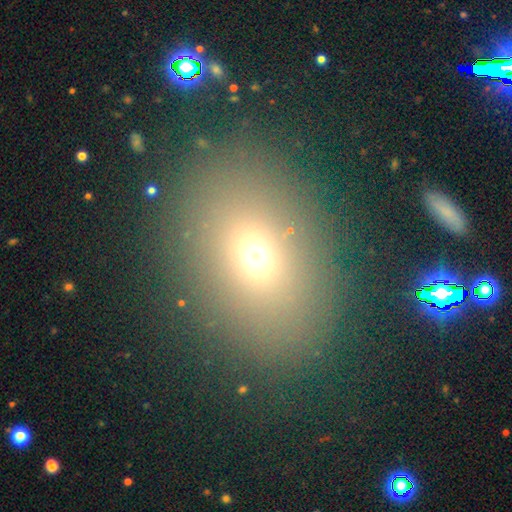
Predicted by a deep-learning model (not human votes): A smooth galaxy with no disk features (67%) that is in between round and cigar-shaped (65%).

Vote fractions:
- Smooth or featured? smooth: 67% / star or artifact: 20% / featured or disk: 13%
- How rounded? in between: 65% / round: 34% / cigar-shaped: 2%
- Merging? none: 83% / minor disturbance: 9% / major disturbance: 5% / merger: 3%